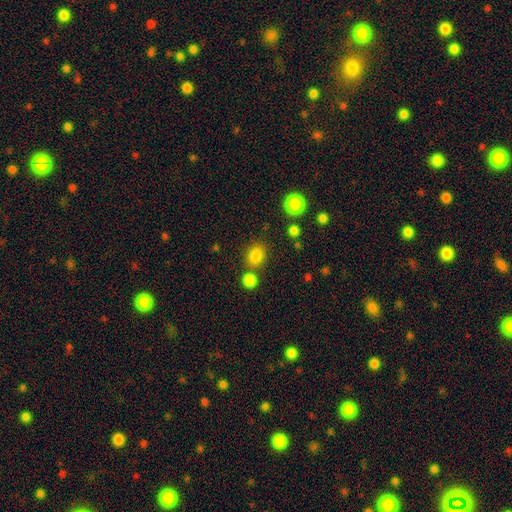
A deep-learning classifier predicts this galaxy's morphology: smooth_or_featured: smooth (p=0.83) [alt: star or artifact p=0.12]
how_rounded: round (p=0.58) [alt: in between p=0.41]
merging: none (p=0.71) [alt: merger p=0.16]